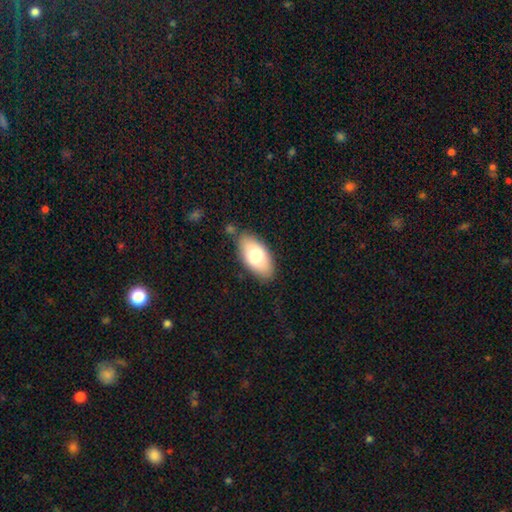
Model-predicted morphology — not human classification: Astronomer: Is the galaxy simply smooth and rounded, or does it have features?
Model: smooth — 74%.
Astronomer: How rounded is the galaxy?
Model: in between — 93%.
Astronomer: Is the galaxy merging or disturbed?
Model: none — 79%.